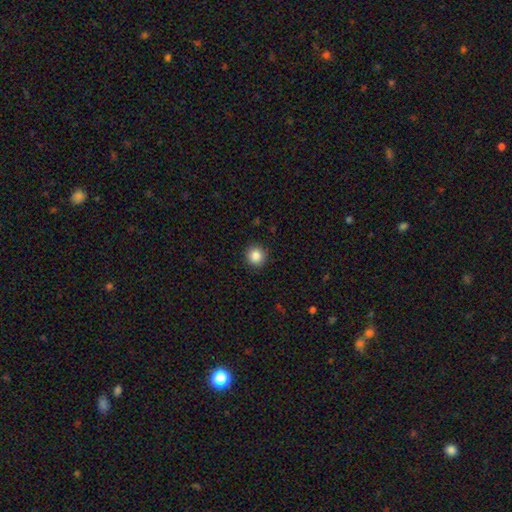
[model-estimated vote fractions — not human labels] smooth 85%, star or artifact 10%, featured or disk 5%. Down the decision tree: how rounded — round (94%); merging — none (92%).